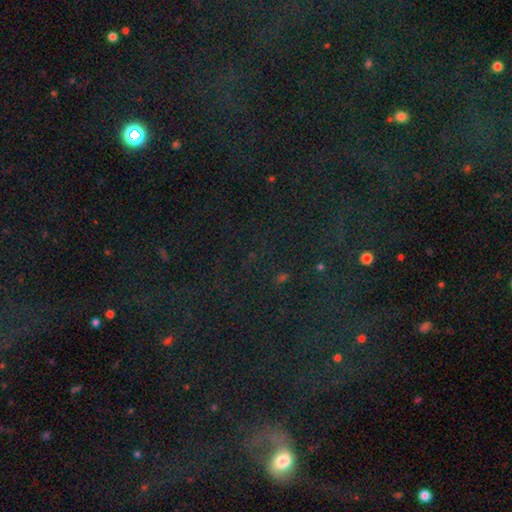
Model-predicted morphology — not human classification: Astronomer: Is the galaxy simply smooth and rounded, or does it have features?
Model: star or artifact — 68%.